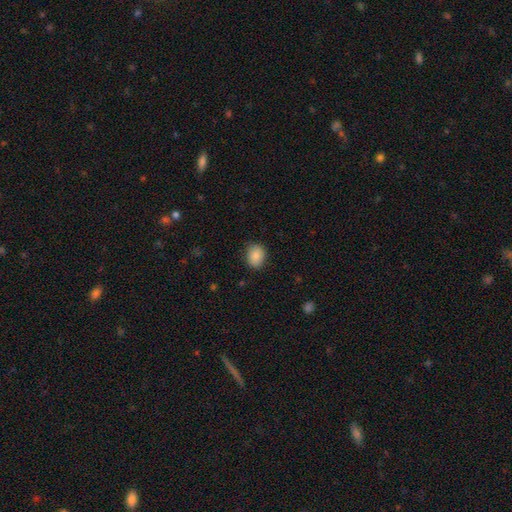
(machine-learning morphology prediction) This appears to be a smooth galaxy with no disk features (87%) that is in between round and cigar-shaped (54%). Merging: none (84%).